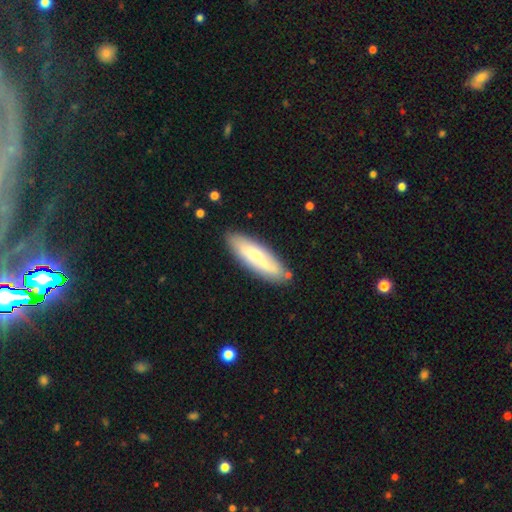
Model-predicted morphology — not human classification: Smooth or featured? Predicted: smooth (p=0.58). How rounded? Predicted: cigar-shaped (p=0.59). Merging? Predicted: none (p=0.83).